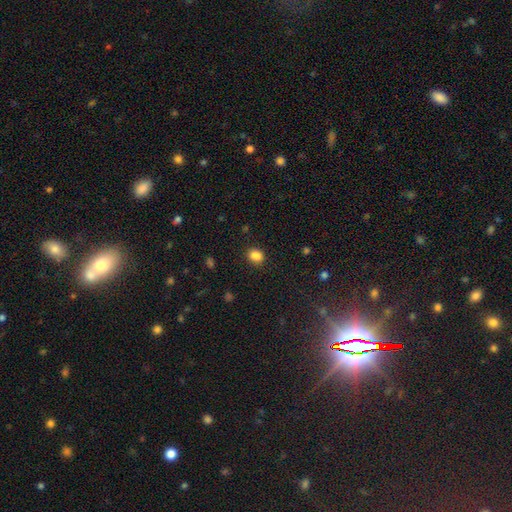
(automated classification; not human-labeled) Smooth or featured?
  - smooth: 85% *
  - star or artifact: 11%
  - featured or disk: 4%
How rounded?
  - in between: 52% *
  - round: 47%
  - cigar-shaped: 1%
Merging?
  - none: 80% *
  - minor disturbance: 13%
  - major disturbance: 4%
  - merger: 4%